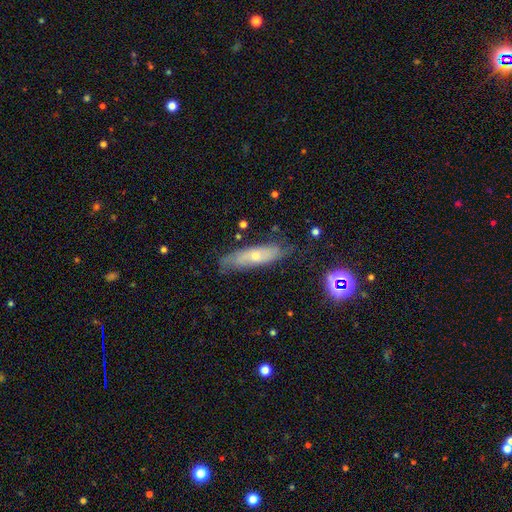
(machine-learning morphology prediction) The model was most divided on "smooth or featured": featured or disk: 46%, smooth: 44%, star or artifact: 9%. More confident: merging — none (70%).